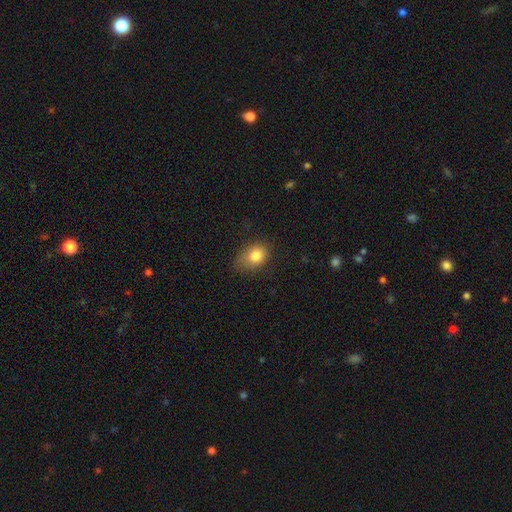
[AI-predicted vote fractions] smooth_or_featured: smooth (p=0.81) [alt: star or artifact p=0.10]
how_rounded: in between (p=0.69) [alt: round p=0.30]
merging: none (p=0.60) [alt: minor disturbance p=0.30]